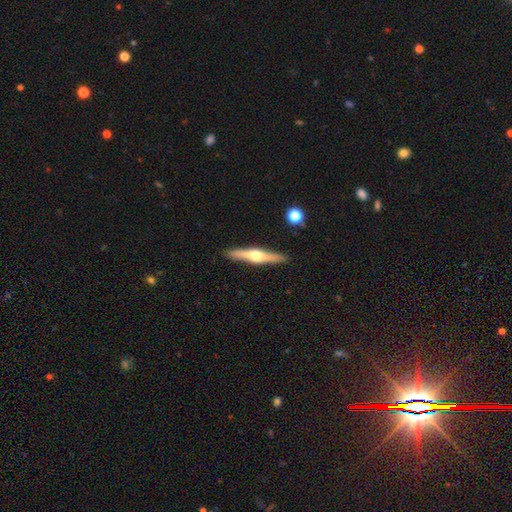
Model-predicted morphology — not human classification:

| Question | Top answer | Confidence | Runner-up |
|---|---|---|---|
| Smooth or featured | featured or disk | 67% | smooth (27%) |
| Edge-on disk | yes | 97% | no (3%) |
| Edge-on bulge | rounded | 94% | boxy (3%) |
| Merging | none | 91% | minor disturbance (7%) |